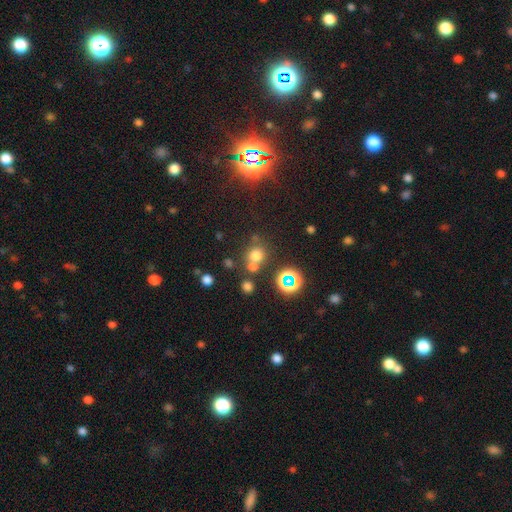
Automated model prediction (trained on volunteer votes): The model was most divided on "merging": none: 61%, merger: 25%, minor disturbance: 10%, major disturbance: 5%. More confident: how rounded — round (85%); smooth or featured — smooth (64%).